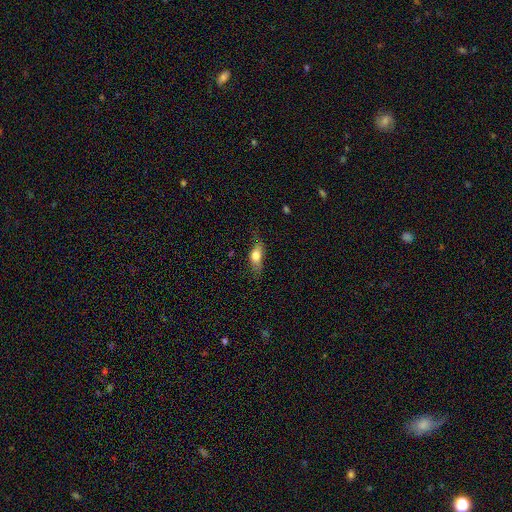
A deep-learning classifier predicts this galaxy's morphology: Smooth or featured? smooth (73%)
How rounded? in between (73%)
Merging? none (62%)